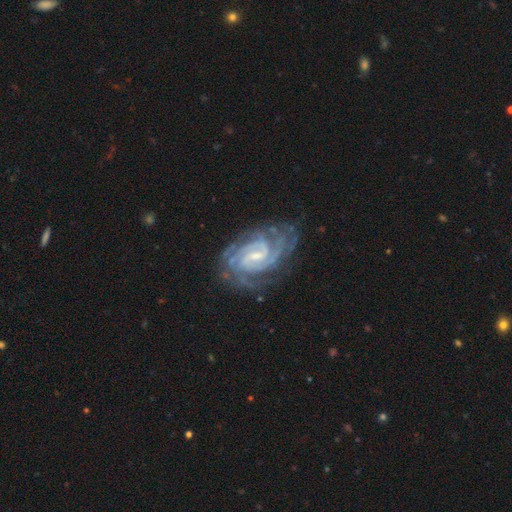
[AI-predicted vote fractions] Smooth or featured? Predicted: featured or disk (p=0.92). Edge-on disk? Predicted: no (p=0.97). Bar? Predicted: weak (p=0.56). Spiral arms? Predicted: yes (p=0.98). Spiral winding? Predicted: tight (p=0.68). Spiral arm count? Predicted: 2 (p=0.40). Bulge size? Predicted: small (p=0.61). Merging? Predicted: none (p=0.74).